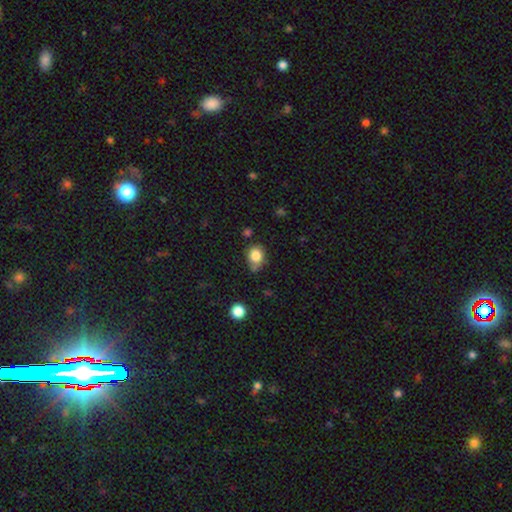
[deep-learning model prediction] Q: Smooth or featured?
A: smooth (82%); runner-up: star or artifact (10%)
Q: How rounded?
A: round (57%); runner-up: in between (41%)
Q: Merging?
A: none (57%); runner-up: minor disturbance (29%)